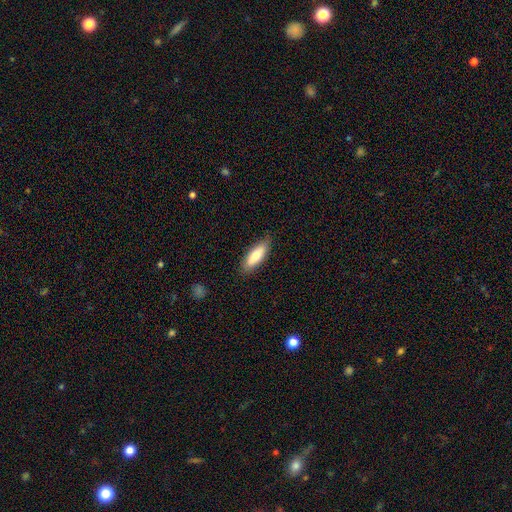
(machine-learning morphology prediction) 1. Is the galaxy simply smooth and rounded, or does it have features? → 75% smooth, 19% featured or disk, 6% star or artifact.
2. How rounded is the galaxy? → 55% in between, 43% cigar-shaped, 2% round.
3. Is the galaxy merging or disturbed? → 85% none, 11% minor disturbance, 2% major disturbance, 1% merger.